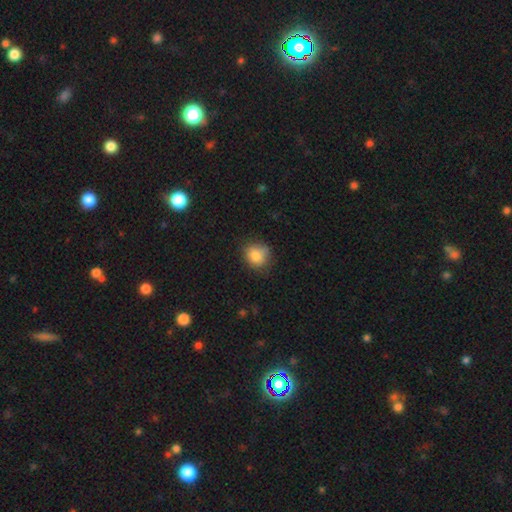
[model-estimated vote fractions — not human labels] Smooth or featured: smooth — 83% (star or artifact — 10%)
How rounded: round — 79% (in between — 20%)
Merging: none — 73% (minor disturbance — 21%)